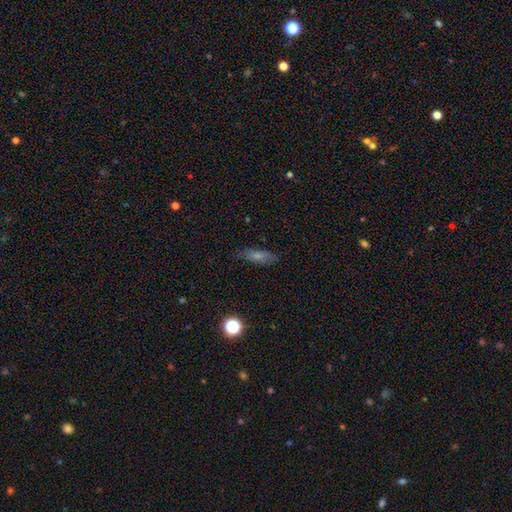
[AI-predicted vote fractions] smooth_or_featured: smooth (p=0.55) [alt: featured or disk p=0.28]
how_rounded: cigar-shaped (p=0.47) [tied with: in between p=0.47]
merging: none (p=0.83) [alt: minor disturbance p=0.12]